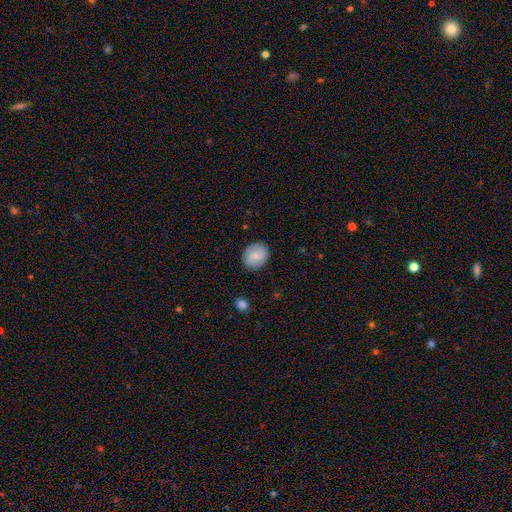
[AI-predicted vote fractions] This appears to be a smooth galaxy with no disk features (76%) that is round (65%). Merging: none (87%).